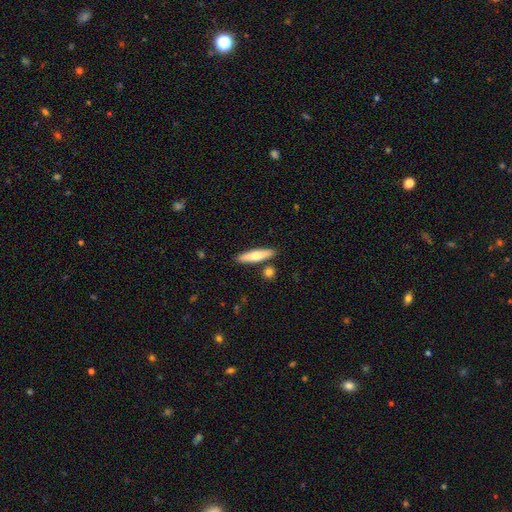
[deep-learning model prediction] Overall: smooth (64%; featured or disk 30%). How rounded: cigar-shaped (79%). Merging: none (85%).